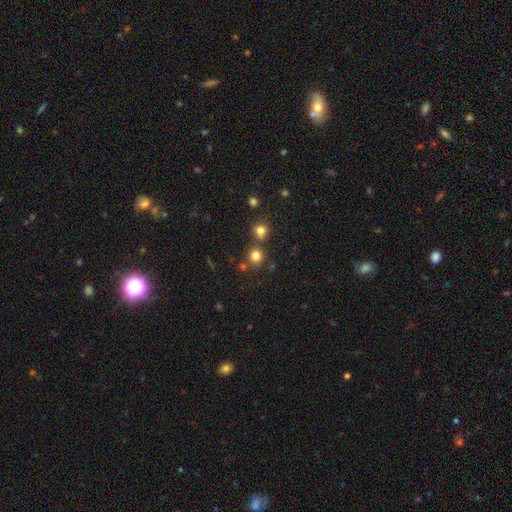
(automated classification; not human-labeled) A smooth galaxy with no disk features (78%) that is round (91%).

Vote fractions:
- Smooth or featured? smooth: 78% / star or artifact: 16% / featured or disk: 6%
- How rounded? round: 91% / in between: 8% / cigar-shaped: 1%
- Merging? none: 70% / merger: 20% / minor disturbance: 7% / major disturbance: 3%